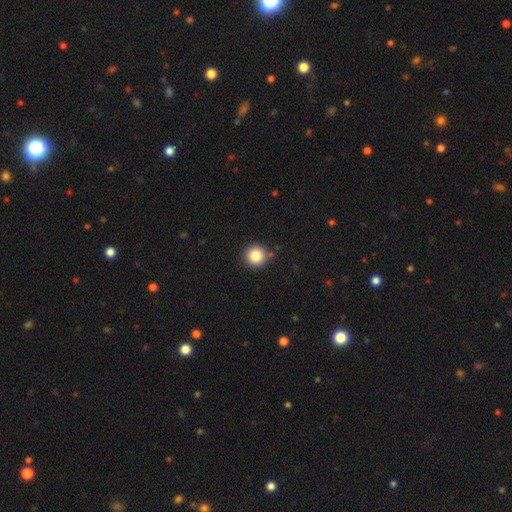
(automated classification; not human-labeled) Overall: smooth (84%). How rounded: round (95%). Merging: none (87%).